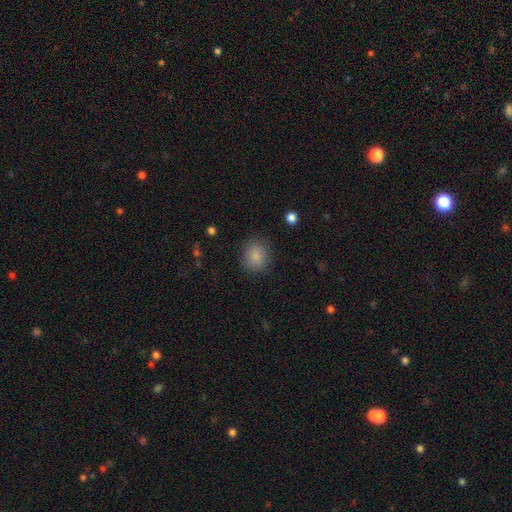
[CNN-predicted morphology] The model was most divided on "how rounded": round: 70%, in between: 29%, cigar-shaped: 1%. More confident: smooth or featured — smooth (87%); merging — none (86%).